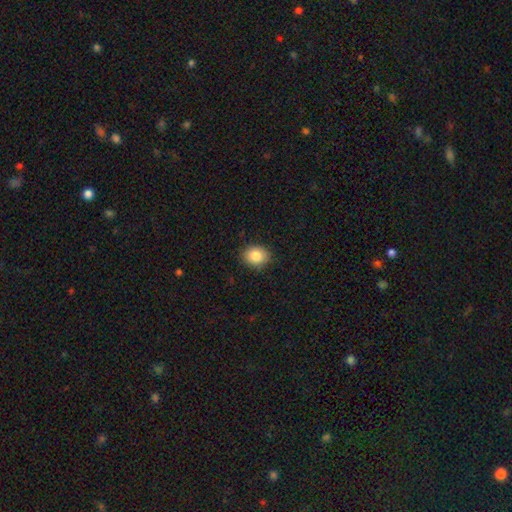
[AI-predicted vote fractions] Smooth or featured? Predicted: smooth (p=0.85). How rounded? Predicted: round (p=0.58). Merging? Predicted: none (p=0.88).